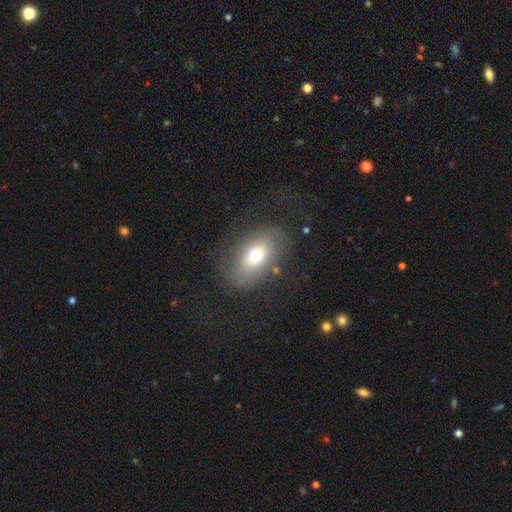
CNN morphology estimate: A smooth galaxy with no disk features (66%) that is in between round and cigar-shaped (86%).

Vote fractions:
- Smooth or featured? smooth: 66% / featured or disk: 23% / star or artifact: 11%
- How rounded? in between: 86% / round: 12% / cigar-shaped: 3%
- Merging? none: 70% / minor disturbance: 17% / major disturbance: 11% / merger: 2%